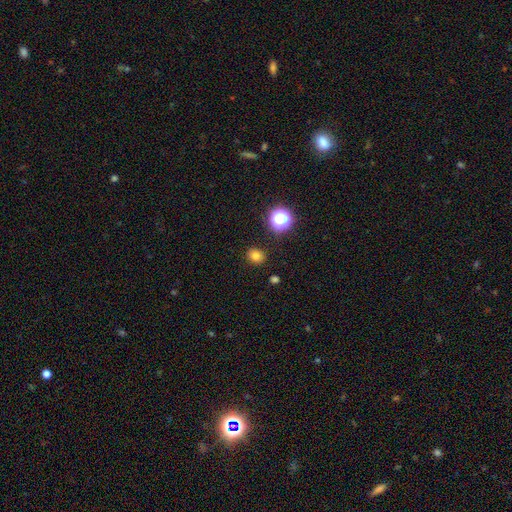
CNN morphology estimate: Smooth or featured?
  - smooth: 79% *
  - star or artifact: 16%
  - featured or disk: 5%
How rounded?
  - round: 67% *
  - in between: 32%
  - cigar-shaped: 1%
Merging?
  - none: 88% *
  - minor disturbance: 7%
  - major disturbance: 2%
  - merger: 2%